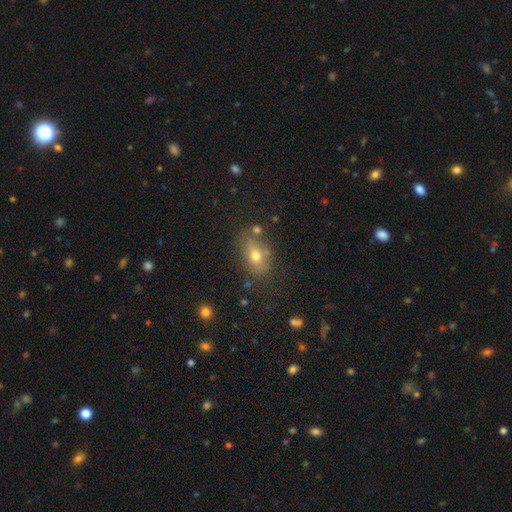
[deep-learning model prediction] smooth_or_featured: smooth (p=0.67) [alt: featured or disk p=0.20]
how_rounded: in between (p=0.76) [alt: round p=0.20]
merging: none (p=0.68) [alt: minor disturbance p=0.18]